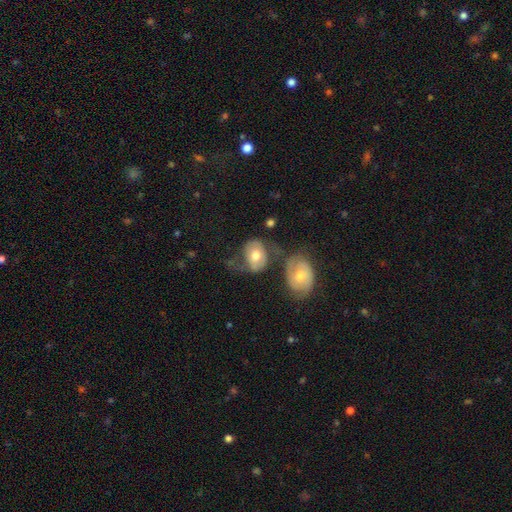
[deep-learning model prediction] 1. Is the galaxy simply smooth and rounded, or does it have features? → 56% smooth, 37% featured or disk, 7% star or artifact.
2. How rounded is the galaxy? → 66% in between, 33% round, 1% cigar-shaped.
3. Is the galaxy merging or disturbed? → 35% none, 27% merger, 20% minor disturbance, 18% major disturbance.